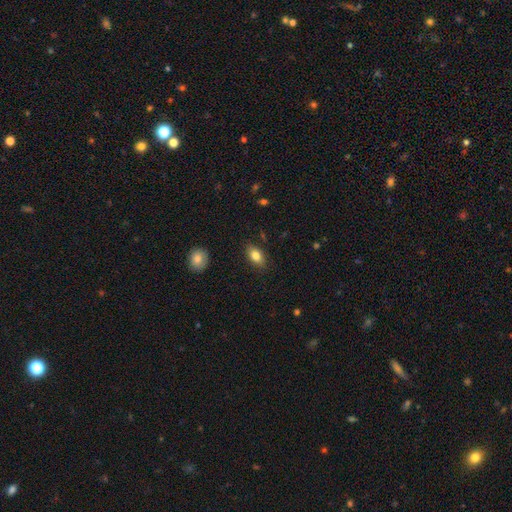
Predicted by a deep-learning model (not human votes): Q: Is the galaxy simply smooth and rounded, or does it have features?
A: smooth — 80%.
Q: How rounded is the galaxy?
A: in between — 87%.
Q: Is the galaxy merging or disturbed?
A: none — 84%.